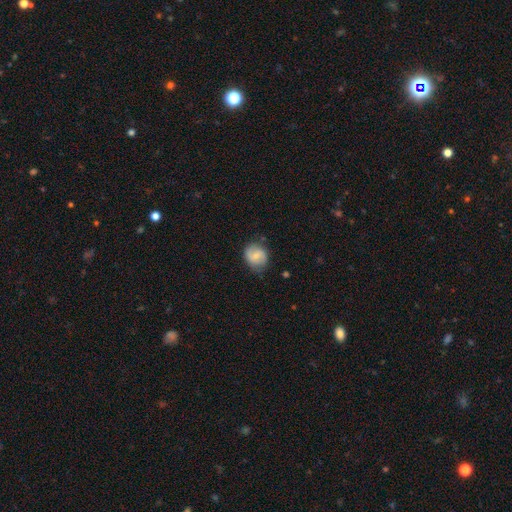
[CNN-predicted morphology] This appears to be a smooth galaxy with no disk features (49%). Merging: none (75%).